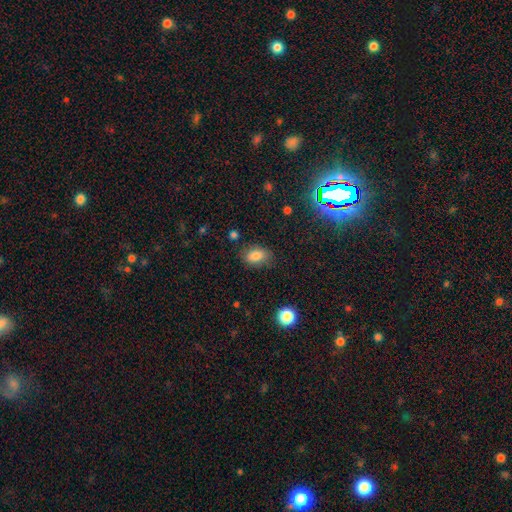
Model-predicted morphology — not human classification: This appears to be a smooth galaxy with no disk features (82%) that is in between round and cigar-shaped (85%). Merging: none (78%).